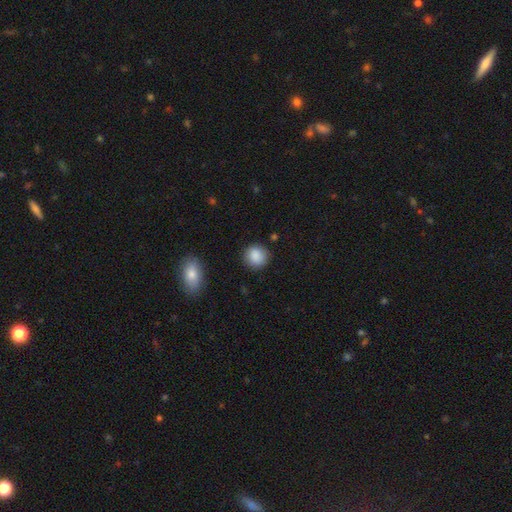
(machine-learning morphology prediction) smooth-or-featured: smooth: 88% | star or artifact: 8% | featured or disk: 4%
  how-rounded: round: 89% | in between: 10% | cigar-shaped: 1%
  merging: none: 88% | minor disturbance: 8% | major disturbance: 2% | merger: 2%